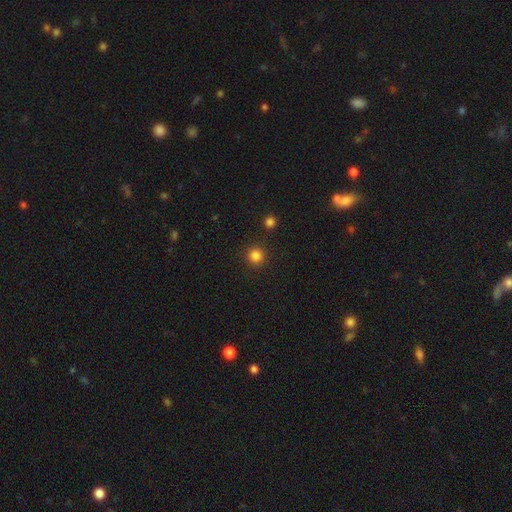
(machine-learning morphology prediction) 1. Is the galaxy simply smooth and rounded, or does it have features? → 83% smooth, 13% star or artifact, 4% featured or disk.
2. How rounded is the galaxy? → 95% round, 4% in between, 1% cigar-shaped.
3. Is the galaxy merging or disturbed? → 90% none, 5% minor disturbance, 3% merger, 2% major disturbance.